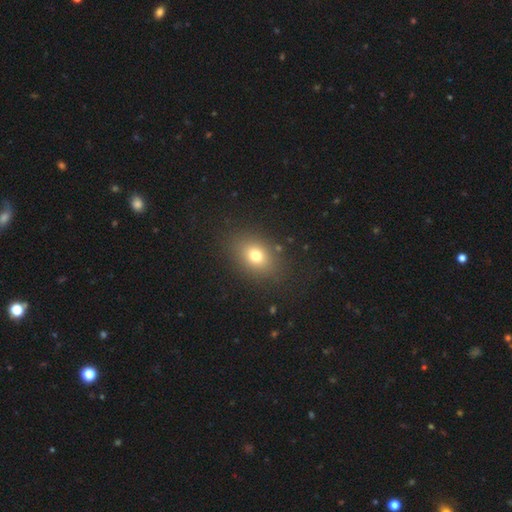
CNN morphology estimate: A smooth galaxy with no disk features (75%) that is in between round and cigar-shaped (65%).

Vote fractions:
- Smooth or featured? smooth: 75% / star or artifact: 14% / featured or disk: 11%
- How rounded? in between: 65% / round: 33% / cigar-shaped: 1%
- Merging? none: 85% / minor disturbance: 9% / major disturbance: 4% / merger: 2%